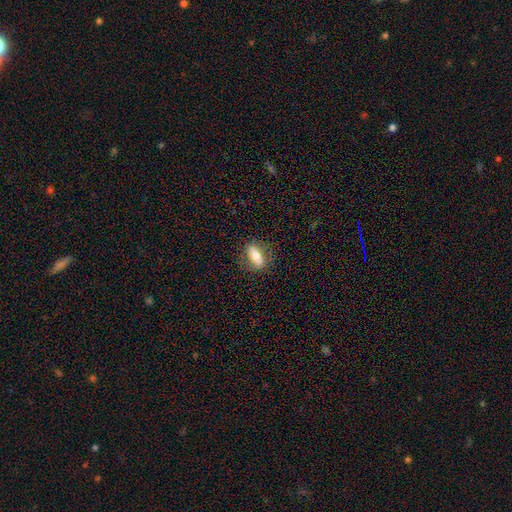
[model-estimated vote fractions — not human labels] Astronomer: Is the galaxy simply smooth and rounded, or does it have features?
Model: smooth — 63%.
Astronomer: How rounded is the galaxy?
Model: in between — 67%.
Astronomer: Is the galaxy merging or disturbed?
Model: none — 81%.